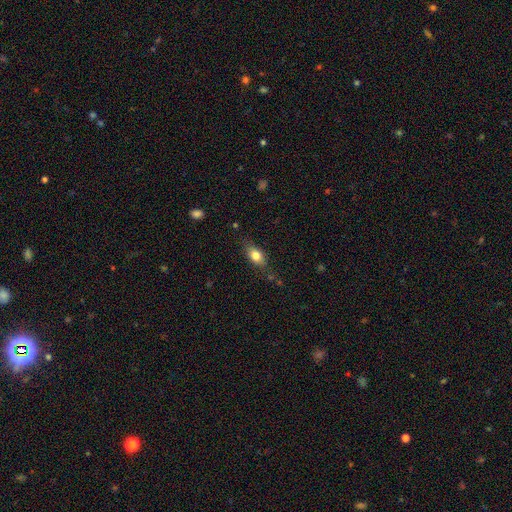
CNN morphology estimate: This appears to be a smooth galaxy with no disk features (78%) that is in between round and cigar-shaped (82%). Merging: none (75%).